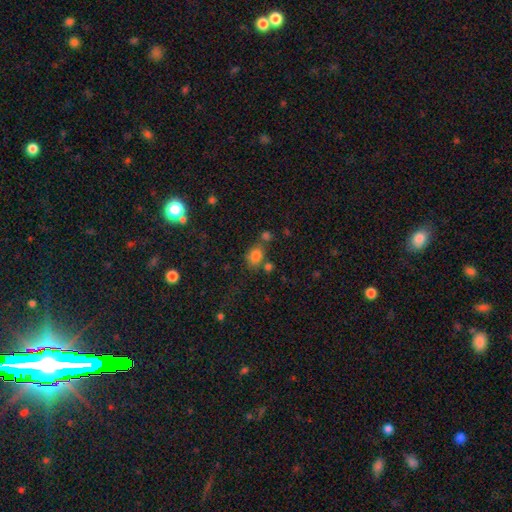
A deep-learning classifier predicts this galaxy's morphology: Q: Smooth or featured?
A: smooth (78%); runner-up: star or artifact (14%)
Q: How rounded?
A: in between (58%); runner-up: round (41%)
Q: Merging?
A: none (59%); runner-up: merger (19%)